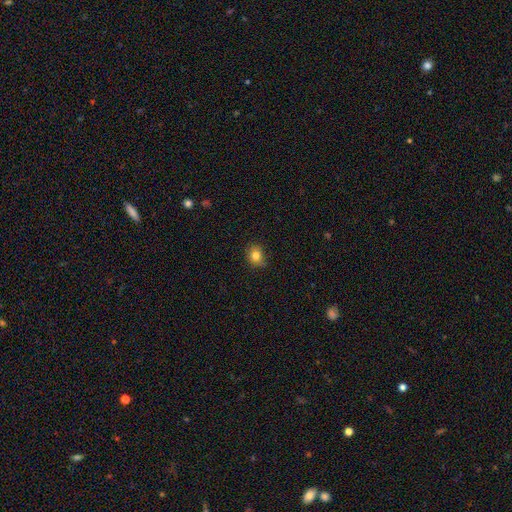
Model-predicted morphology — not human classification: A smooth galaxy with no disk features (82%) that is round (70%). Merging: none (78%).